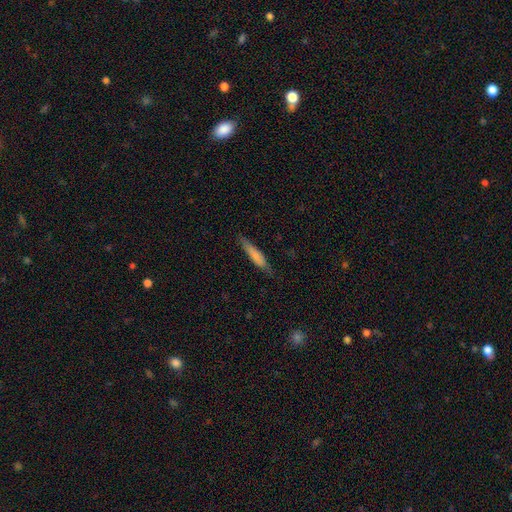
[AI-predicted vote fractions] smooth 73%, featured or disk 21%, star or artifact 6%. Down the decision tree: how rounded — cigar-shaped (86%); merging — none (75%).